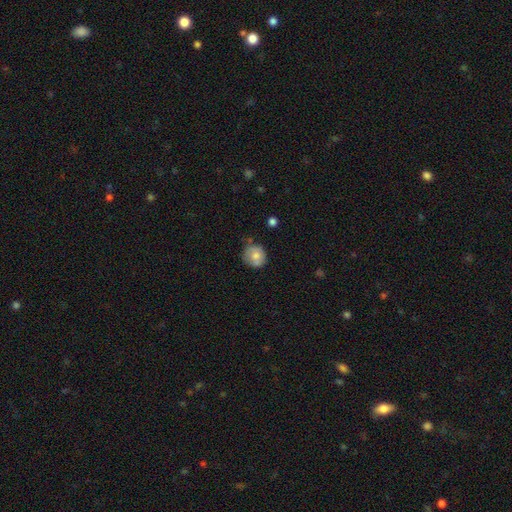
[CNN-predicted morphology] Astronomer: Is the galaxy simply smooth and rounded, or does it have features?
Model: smooth — 71%.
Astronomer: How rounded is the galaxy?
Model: round — 82%.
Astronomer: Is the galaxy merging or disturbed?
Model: none — 63%.